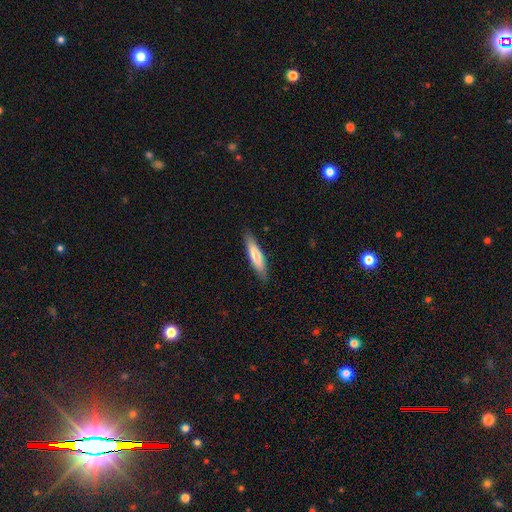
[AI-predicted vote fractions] Smooth or featured?
  - smooth: 74% *
  - featured or disk: 21%
  - star or artifact: 5%
How rounded?
  - cigar-shaped: 81% *
  - in between: 18%
  - round: 1%
Merging?
  - none: 87% *
  - minor disturbance: 10%
  - major disturbance: 2%
  - merger: 1%